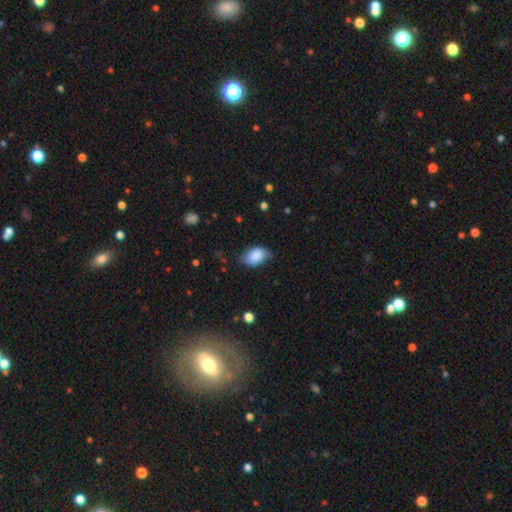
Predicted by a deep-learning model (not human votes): This appears to be a smooth galaxy with no disk features (85%) that is in between round and cigar-shaped (87%). Merging: none (65%).